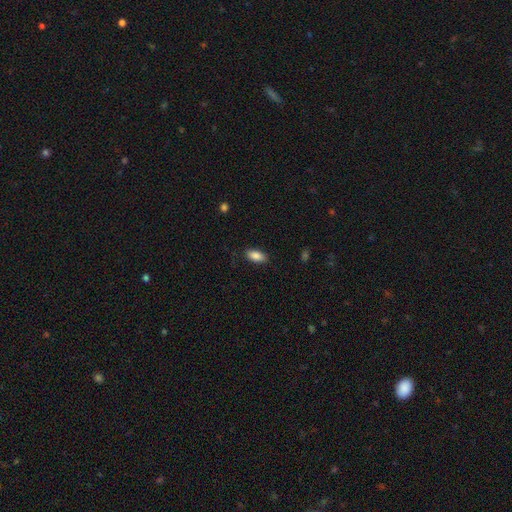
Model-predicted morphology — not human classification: Smooth or featured? Predicted: smooth (p=0.86). How rounded? Predicted: in between (p=0.90). Merging? Predicted: none (p=0.85).